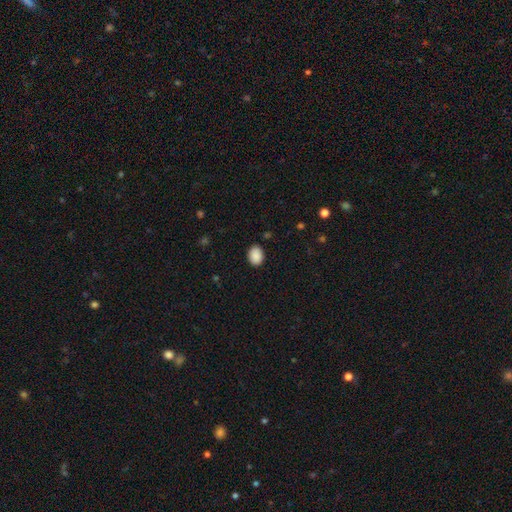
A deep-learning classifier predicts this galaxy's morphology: Smooth or featured?
  - smooth: 90% *
  - star or artifact: 8%
  - featured or disk: 3%
How rounded?
  - in between: 67% *
  - round: 32%
  - cigar-shaped: 1%
Merging?
  - none: 87% *
  - minor disturbance: 10%
  - major disturbance: 2%
  - merger: 1%